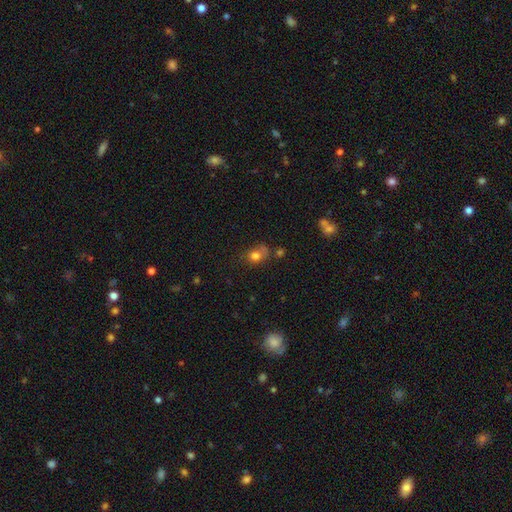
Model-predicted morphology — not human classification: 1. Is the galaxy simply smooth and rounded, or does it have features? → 77% smooth, 12% star or artifact, 11% featured or disk.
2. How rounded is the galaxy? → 51% round, 48% in between, 2% cigar-shaped.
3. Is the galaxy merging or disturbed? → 47% none, 27% minor disturbance, 14% major disturbance, 12% merger.